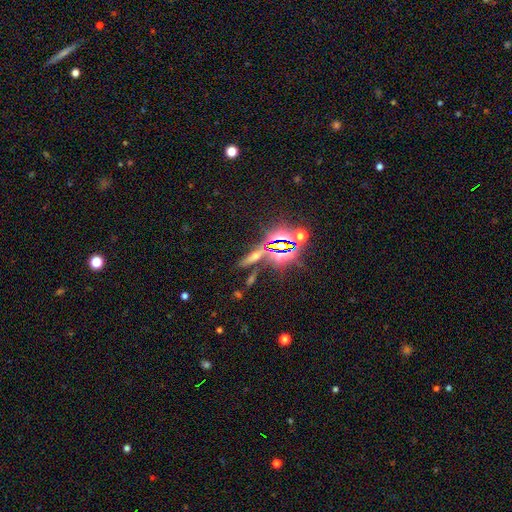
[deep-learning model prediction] This appears to be a star or artifact, not a galaxy (44%).